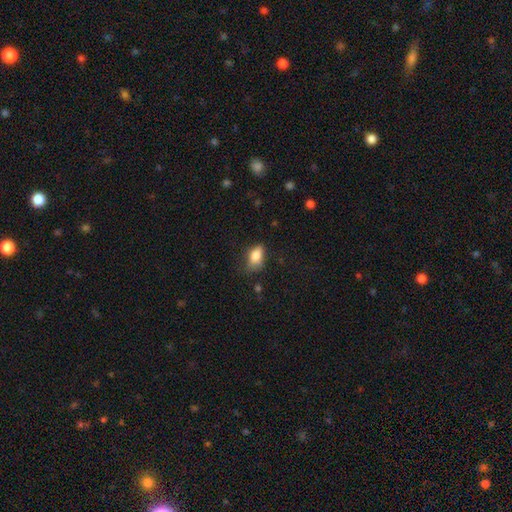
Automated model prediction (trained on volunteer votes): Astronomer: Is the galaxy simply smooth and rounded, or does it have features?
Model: smooth — 79%.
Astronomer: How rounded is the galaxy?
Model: in between — 86%.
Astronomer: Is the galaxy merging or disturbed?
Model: none — 54% (runner-up: minor disturbance, 33%).